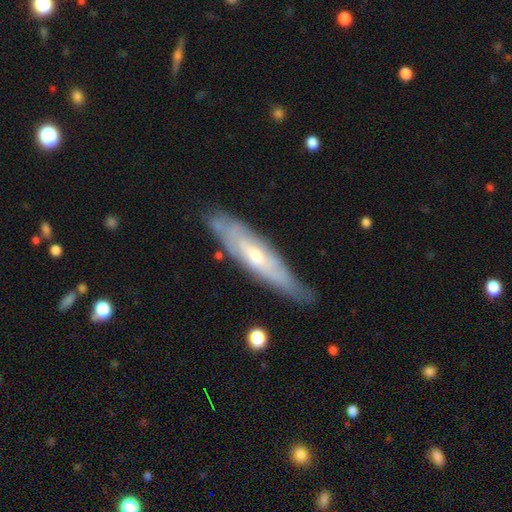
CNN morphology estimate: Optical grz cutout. It shows a featured or disk galaxy (71%). Merging: none (73%).